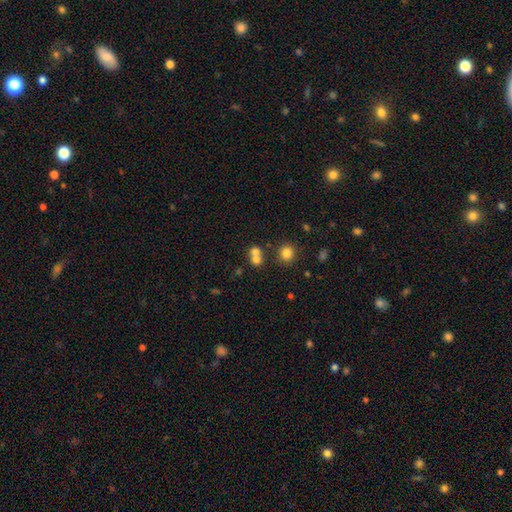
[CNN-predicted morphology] This is likely a smooth galaxy (70%). How rounded: likely round (79%). Merging: possibly merger (51%).